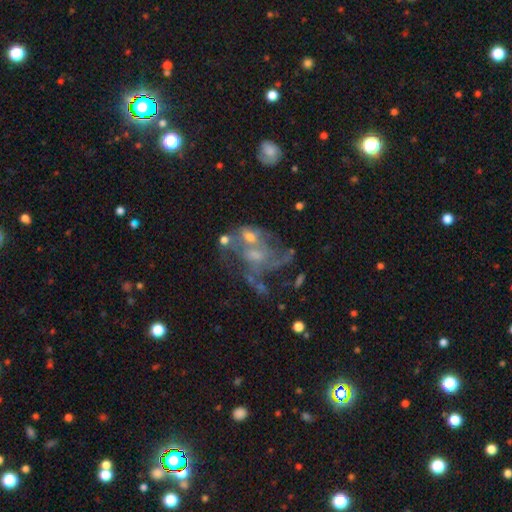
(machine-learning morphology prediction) Smooth or featured? Predicted: featured or disk (p=0.69). Edge-on disk? Predicted: no (p=0.97). Bar? Predicted: no (p=0.72). Spiral arms? Predicted: no (p=0.52). Bulge size? Predicted: small (p=0.38). Merging? Predicted: major disturbance (p=0.29, tied with none).